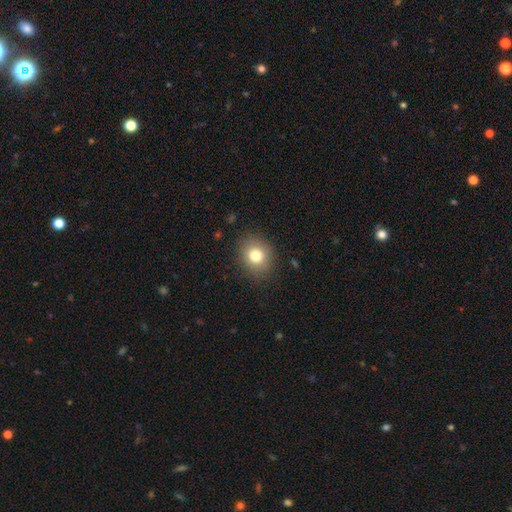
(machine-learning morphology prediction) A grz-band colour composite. It shows a smooth galaxy with no disk features (79%) that is round (71%). Merging: none (86%).